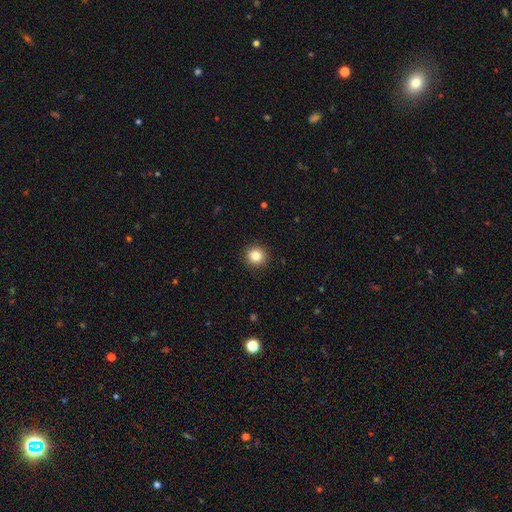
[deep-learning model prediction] Smooth or featured: smooth — 84% (star or artifact — 10%)
How rounded: round — 93% (in between — 6%)
Merging: none — 92% (minor disturbance — 5%)